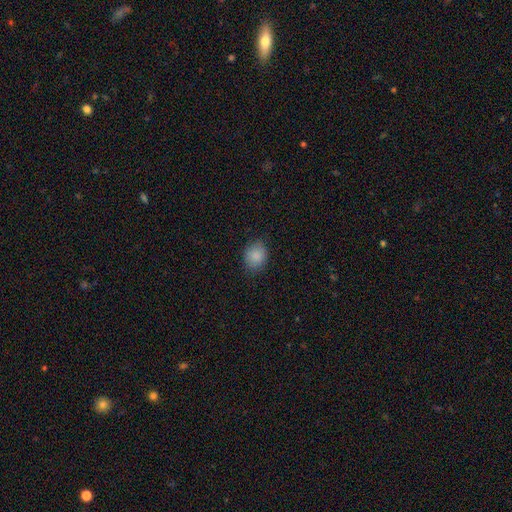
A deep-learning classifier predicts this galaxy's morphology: A smooth galaxy with no disk features (87%) that is round (59%).

Vote fractions:
- Smooth or featured? smooth: 87% / star or artifact: 8% / featured or disk: 4%
- How rounded? round: 59% / in between: 41% / cigar-shaped: 1%
- Merging? none: 83% / minor disturbance: 13% / major disturbance: 3% / merger: 1%